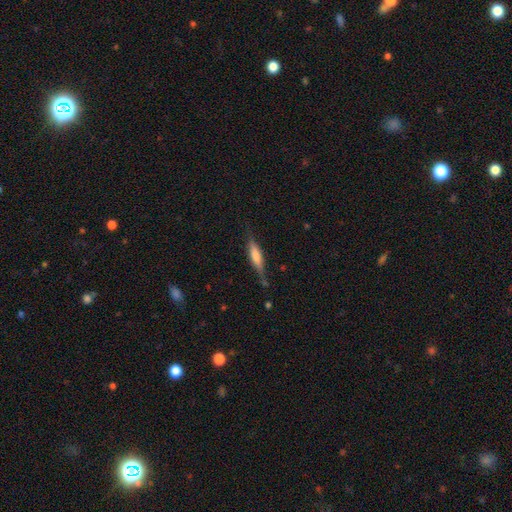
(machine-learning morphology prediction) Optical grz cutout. It shows a smooth galaxy with no disk features (54%) that is cigar-shaped (77%). Merging: none (76%).